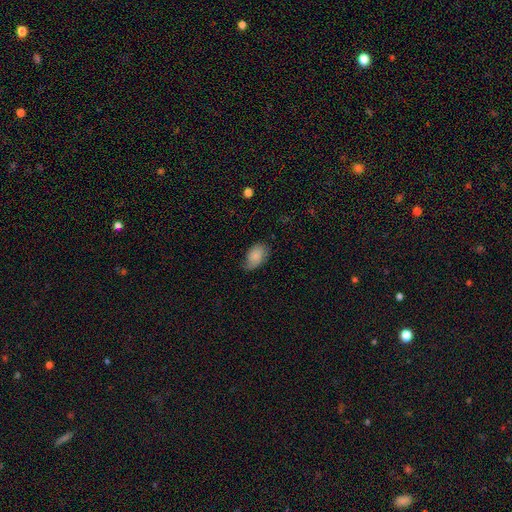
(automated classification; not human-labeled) Q: Smooth or featured?
A: smooth (79%); runner-up: featured or disk (14%)
Q: How rounded?
A: in between (91%); runner-up: round (8%)
Q: Merging?
A: none (56%); runner-up: minor disturbance (33%)